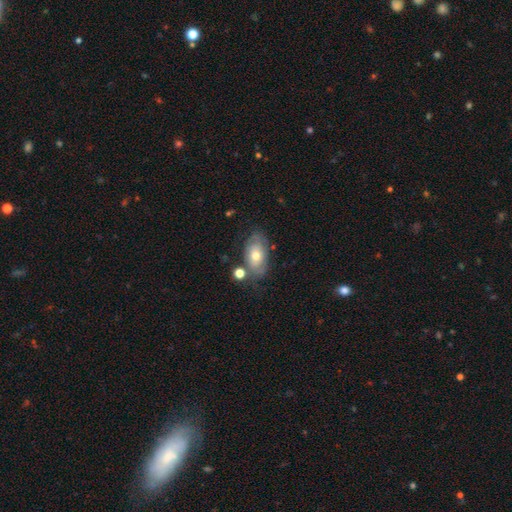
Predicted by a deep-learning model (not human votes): Morphology: type=smooth (49%); merging=none (62%).